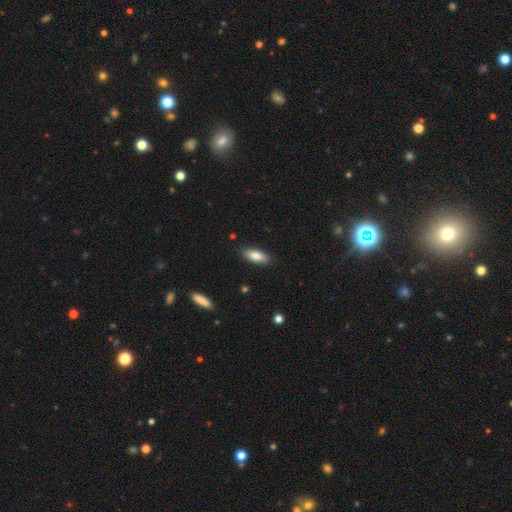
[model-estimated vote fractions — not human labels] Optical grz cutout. It shows a smooth galaxy with no disk features (82%) that is in between round and cigar-shaped (80%). Merging: none (88%).